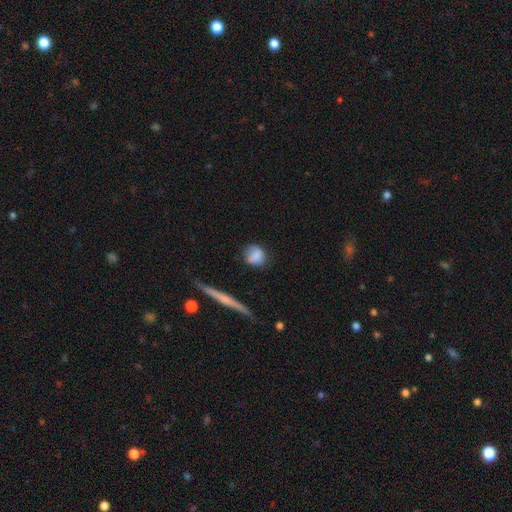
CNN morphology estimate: Q: Smooth or featured?
A: smooth (81%); runner-up: featured or disk (12%)
Q: How rounded?
A: round (69%); runner-up: in between (26%)
Q: Merging?
A: none (70%); runner-up: minor disturbance (21%)